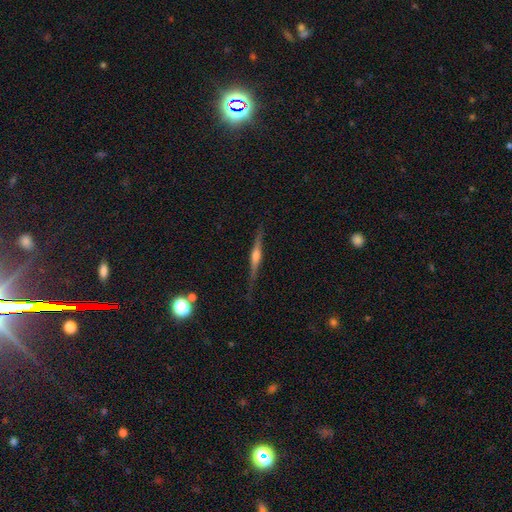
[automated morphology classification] Overall: featured or disk (75%). Edge-on disk: yes (98%). Edge-on bulge: rounded (81%). Merging: none (81%).